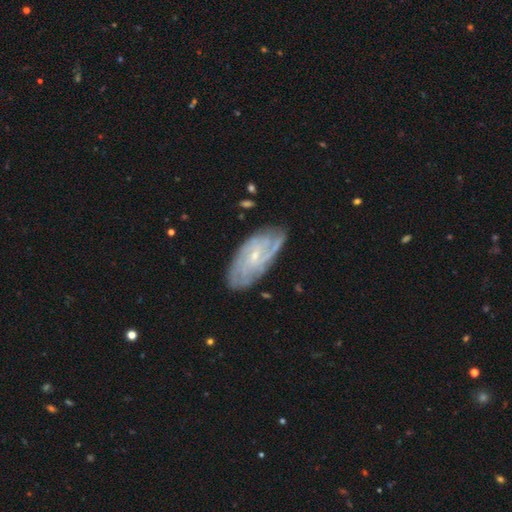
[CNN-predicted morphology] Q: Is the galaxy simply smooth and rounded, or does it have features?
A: featured or disk — 79%.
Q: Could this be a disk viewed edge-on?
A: no — 92%.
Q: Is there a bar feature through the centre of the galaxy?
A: no — 52%.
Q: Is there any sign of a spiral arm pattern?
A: yes — 92%.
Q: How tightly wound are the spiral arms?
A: tight — 57%.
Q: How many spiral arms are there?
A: can't tell — 41%.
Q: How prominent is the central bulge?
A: small — 78%.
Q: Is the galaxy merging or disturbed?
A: none — 76%.